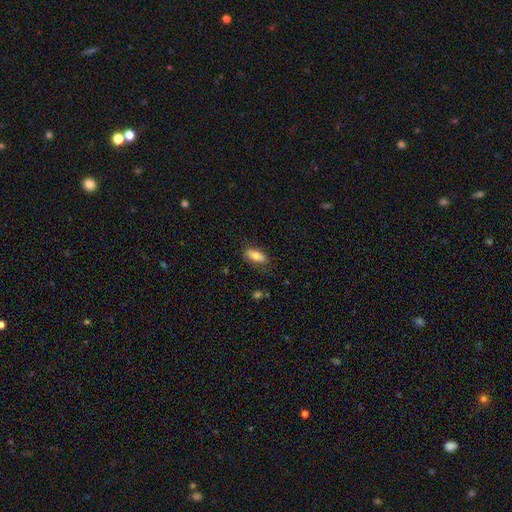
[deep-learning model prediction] Q: Smooth or featured?
A: smooth (76%); runner-up: featured or disk (18%)
Q: How rounded?
A: in between (76%); runner-up: cigar-shaped (21%)
Q: Merging?
A: none (77%); runner-up: minor disturbance (17%)